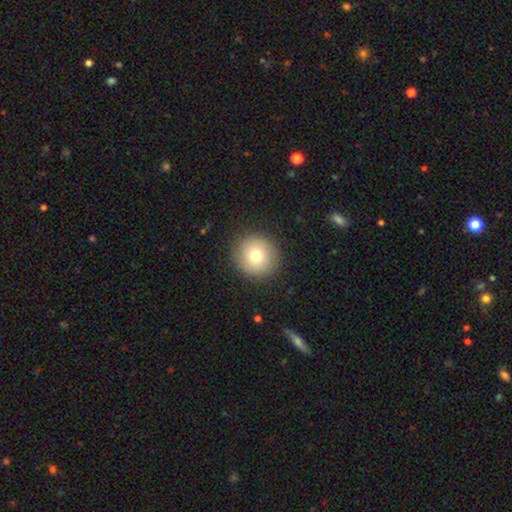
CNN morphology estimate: Smooth or featured? Predicted: smooth (p=0.76). How rounded? Predicted: round (p=0.92). Merging? Predicted: none (p=0.90).